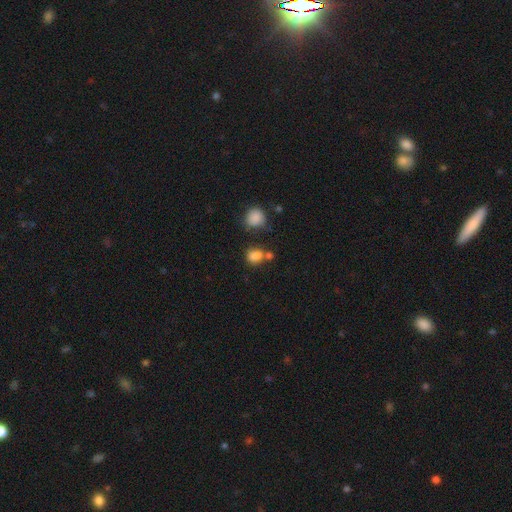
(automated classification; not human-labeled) A smooth galaxy with no disk features (81%) that is round (50%). Merging: none (51%).